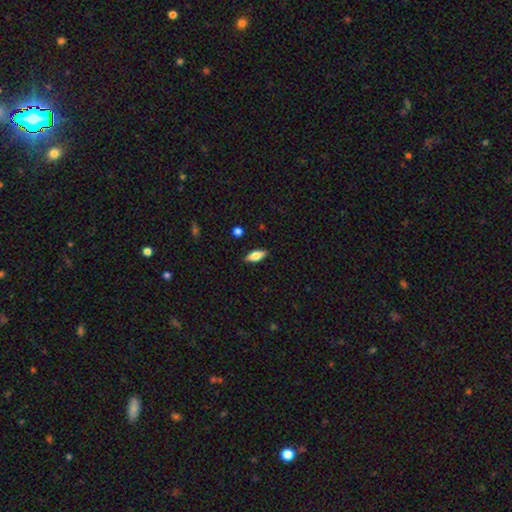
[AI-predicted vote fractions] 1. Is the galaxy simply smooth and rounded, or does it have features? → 69% smooth, 24% featured or disk, 7% star or artifact.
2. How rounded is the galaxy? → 77% in between, 20% cigar-shaped, 3% round.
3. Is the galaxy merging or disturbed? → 88% none, 9% minor disturbance, 2% major disturbance, 1% merger.